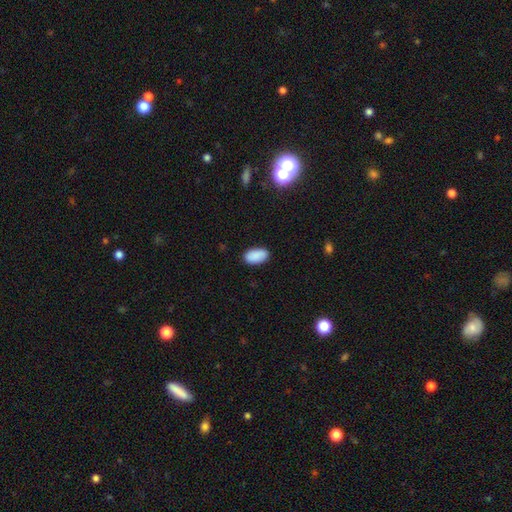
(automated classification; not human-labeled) A smooth galaxy with no disk features (90%) that is in between round and cigar-shaped (95%). Merging: none (86%).